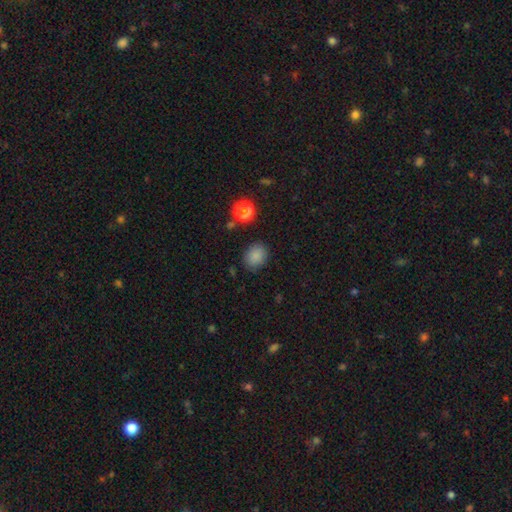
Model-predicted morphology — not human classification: Smooth or featured: smooth — 84% (star or artifact — 12%)
How rounded: round — 58% (in between — 41%)
Merging: none — 83% (minor disturbance — 11%)